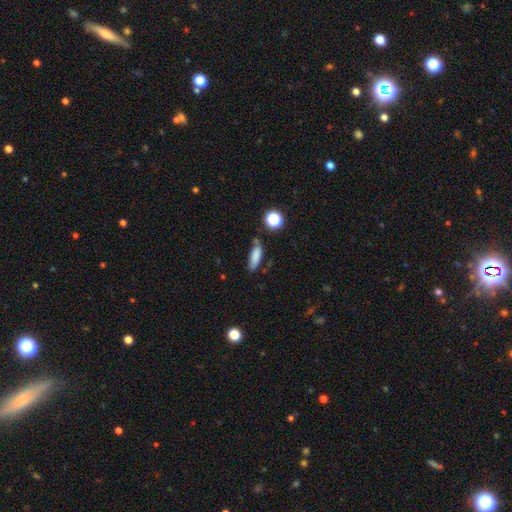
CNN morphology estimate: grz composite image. It shows a smooth galaxy with no disk features (82%) that is in between round and cigar-shaped (52%). Merging: none (69%).